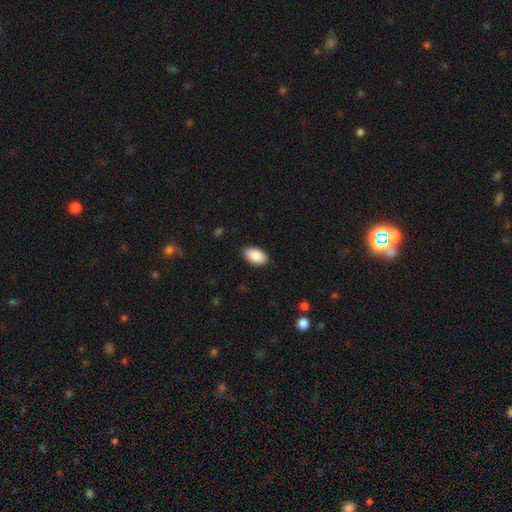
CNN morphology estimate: smooth_or_featured: smooth (p=0.90) [alt: star or artifact p=0.06]
how_rounded: in between (p=0.95) [alt: round p=0.03]
merging: none (p=0.87) [alt: minor disturbance p=0.10]